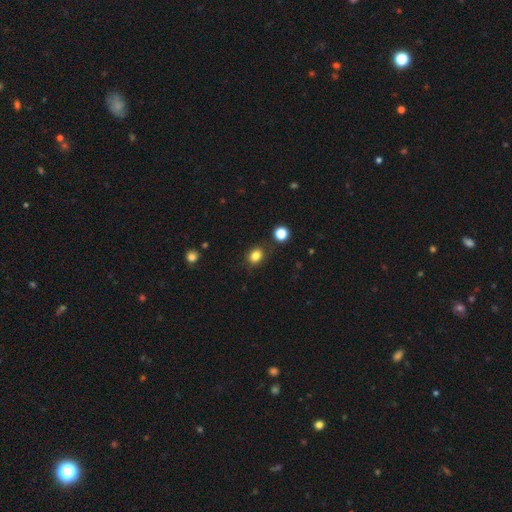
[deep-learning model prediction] This is clearly a smooth galaxy (83%). How rounded: possibly round (51%). Merging: clearly none (83%).